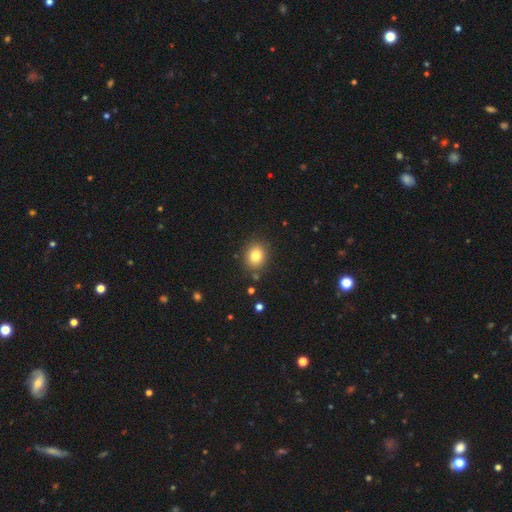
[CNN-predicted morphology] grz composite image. It shows a smooth galaxy with no disk features (81%) that is round (60%). Merging: none (86%).